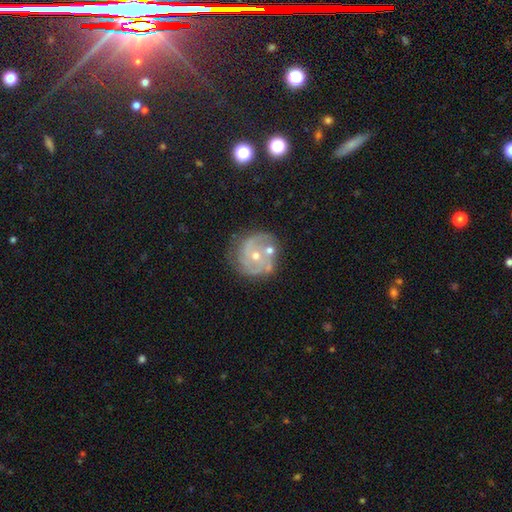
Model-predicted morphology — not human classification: Smooth or featured? featured or disk (80%)
Edge-on disk? no (98%)
Bar? no (72%)
Spiral arms? yes (91%)
Spiral winding? tight (50%)
Spiral arm count? 2 (35%)
Bulge size? small (58%)
Merging? none (64%)